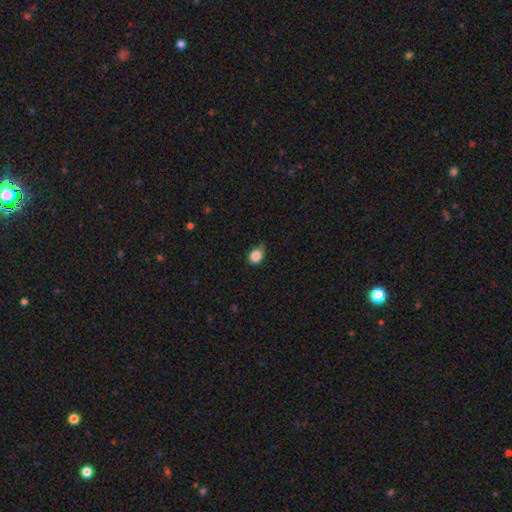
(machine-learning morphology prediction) The model was most divided on "how rounded": round: 53%, in between: 46%, cigar-shaped: 1%. More confident: smooth or featured — smooth (86%); merging — none (59%).